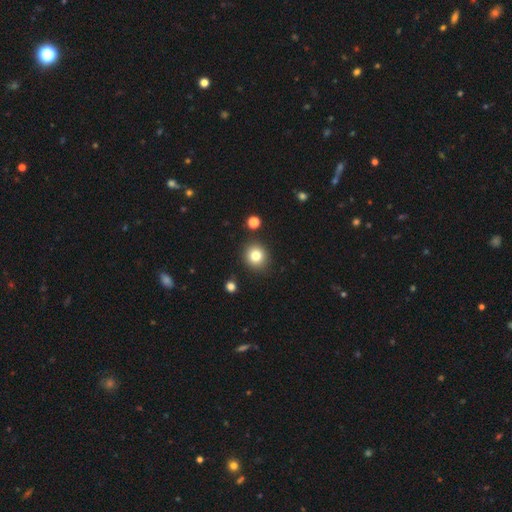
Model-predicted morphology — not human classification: smooth_or_featured: smooth (p=0.80) [alt: star or artifact p=0.12]
how_rounded: round (p=0.87) [alt: in between p=0.12]
merging: none (p=0.88) [alt: minor disturbance p=0.07]